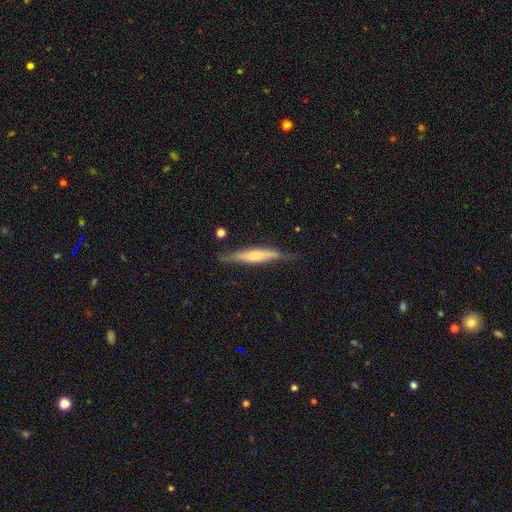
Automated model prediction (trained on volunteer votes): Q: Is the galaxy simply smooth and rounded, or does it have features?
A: featured or disk — 50%.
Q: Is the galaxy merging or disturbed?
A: none — 72%.